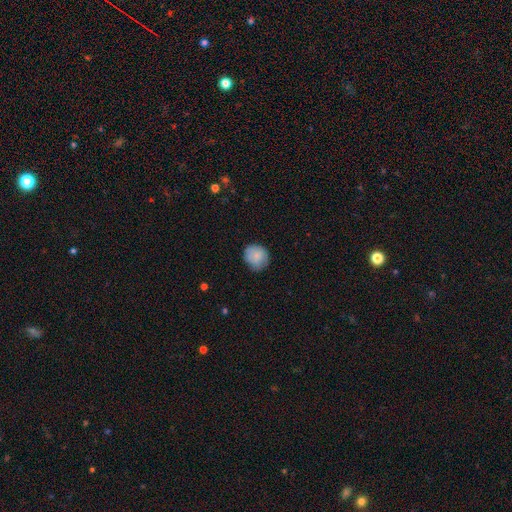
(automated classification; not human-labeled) Overall: smooth (83%). How rounded: round (85%). Merging: none (73%).